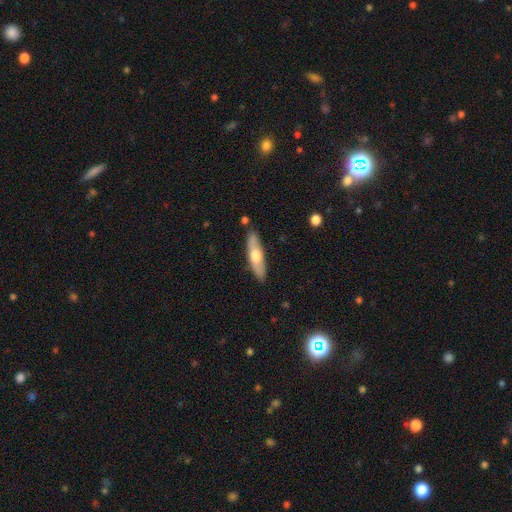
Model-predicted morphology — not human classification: smooth_or_featured: smooth (p=0.51) [alt: featured or disk p=0.43]
how_rounded: cigar-shaped (p=0.62) [alt: in between p=0.36]
merging: none (p=0.86) [alt: minor disturbance p=0.10]